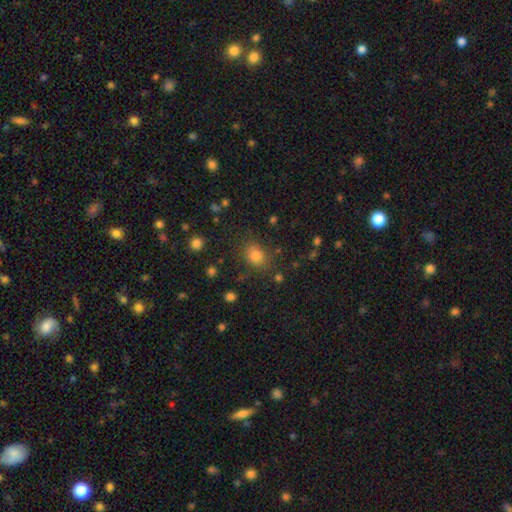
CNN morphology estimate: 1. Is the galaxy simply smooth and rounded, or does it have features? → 79% smooth, 15% star or artifact, 6% featured or disk.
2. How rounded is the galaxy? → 54% round, 45% in between, 1% cigar-shaped.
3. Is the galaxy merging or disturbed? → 79% none, 12% minor disturbance, 5% major disturbance, 4% merger.